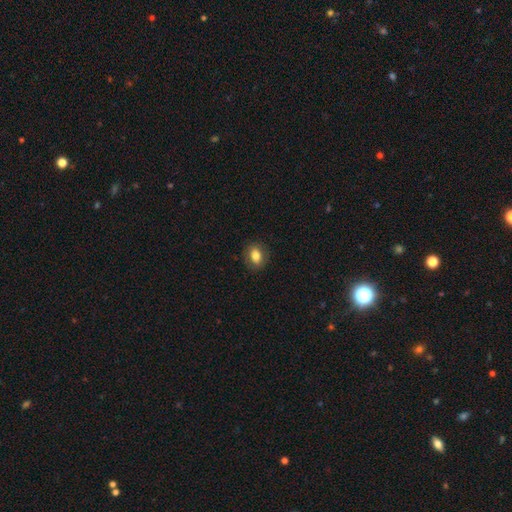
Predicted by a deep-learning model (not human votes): This is clearly a smooth galaxy (81%). How rounded: likely in between (64%). Merging: clearly none (87%).